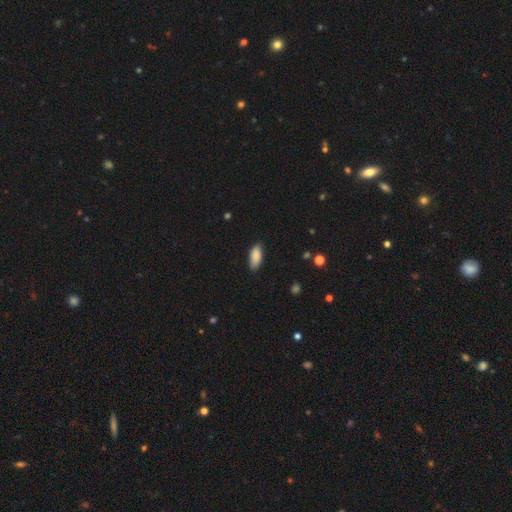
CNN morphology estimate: smooth-or-featured: smooth: 88% | star or artifact: 6% | featured or disk: 6%
  how-rounded: in between: 86% | cigar-shaped: 12% | round: 2%
  merging: none: 84% | minor disturbance: 13% | major disturbance: 2% | merger: 1%